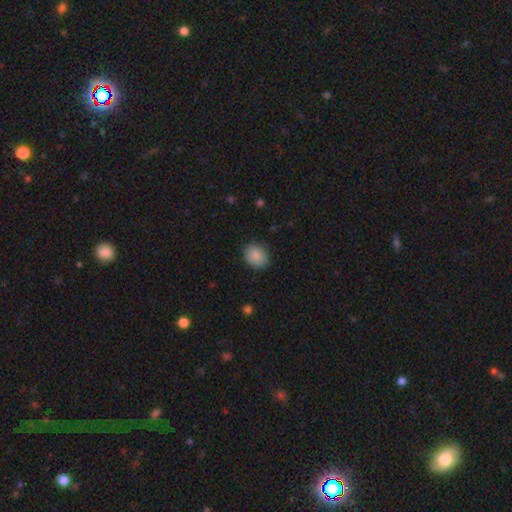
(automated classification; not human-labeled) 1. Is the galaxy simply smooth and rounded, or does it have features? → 88% smooth, 8% star or artifact, 4% featured or disk.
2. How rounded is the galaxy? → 67% round, 32% in between, 1% cigar-shaped.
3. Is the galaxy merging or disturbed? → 85% none, 12% minor disturbance, 3% major disturbance, 1% merger.